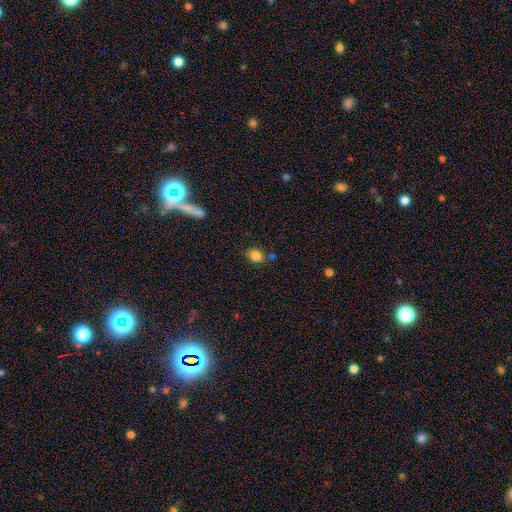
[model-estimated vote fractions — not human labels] A smooth galaxy with no disk features (83%) that is round (62%).

Vote fractions:
- Smooth or featured? smooth: 83% / star or artifact: 11% / featured or disk: 6%
- How rounded? round: 62% / in between: 37% / cigar-shaped: 1%
- Merging? none: 75% / minor disturbance: 13% / merger: 9% / major disturbance: 3%